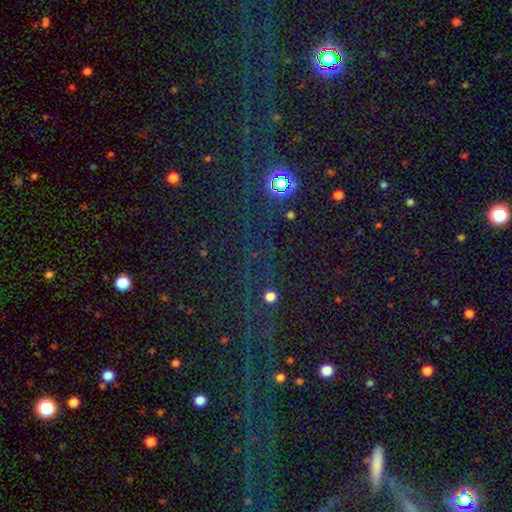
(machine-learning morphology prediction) Overall: star or artifact (75%).